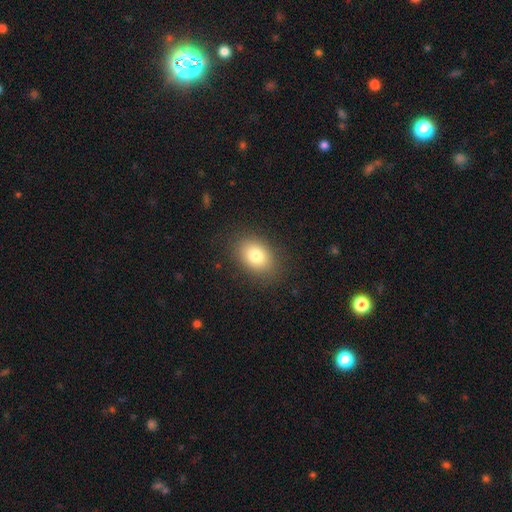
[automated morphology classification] smooth 80%, star or artifact 10%, featured or disk 10%. Down the decision tree: how rounded — in between (72%); merging — none (86%).